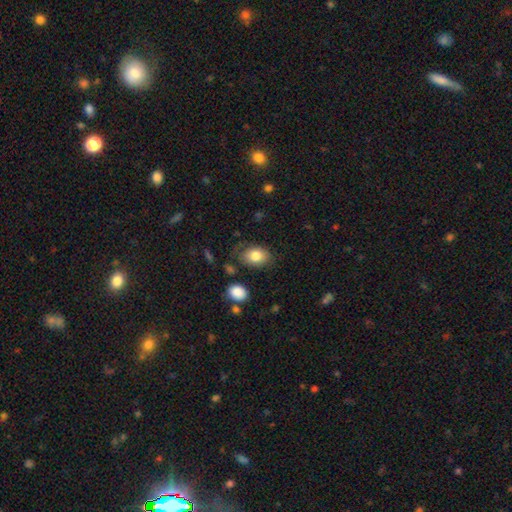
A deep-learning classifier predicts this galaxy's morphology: Smooth or featured? smooth (81%)
How rounded? in between (76%)
Merging? none (76%)